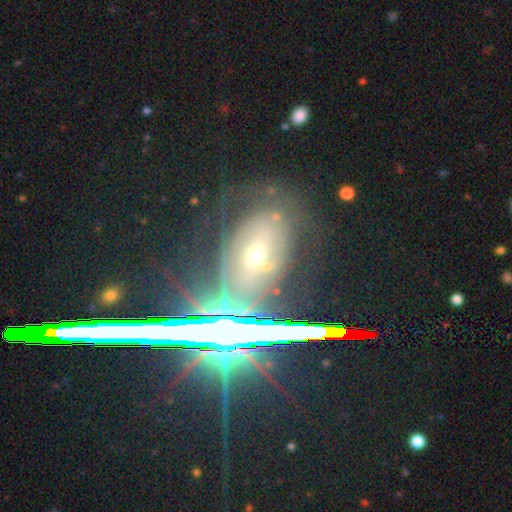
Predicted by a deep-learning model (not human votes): This appears to be a star or artifact, not a galaxy (54%).